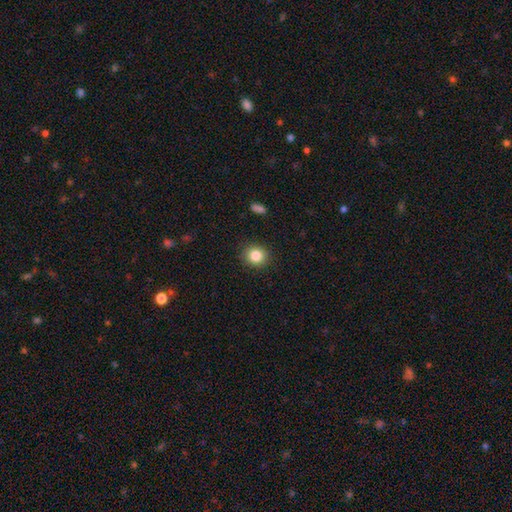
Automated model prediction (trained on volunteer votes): Smooth or featured? Predicted: smooth (p=0.85). How rounded? Predicted: round (p=0.85). Merging? Predicted: none (p=0.88).